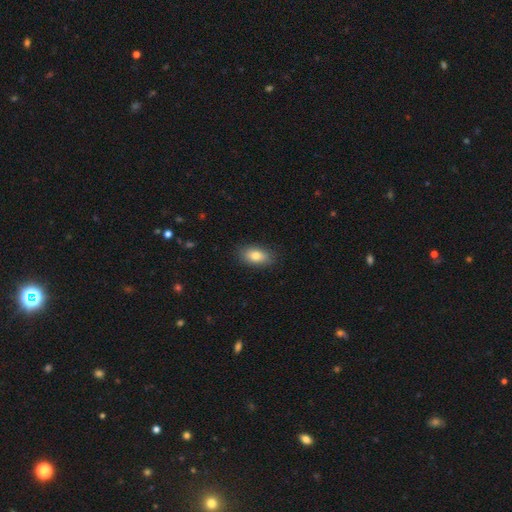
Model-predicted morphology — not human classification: Q: Smooth or featured?
A: smooth (81%); runner-up: featured or disk (11%)
Q: How rounded?
A: in between (89%); runner-up: round (7%)
Q: Merging?
A: none (85%); runner-up: minor disturbance (11%)